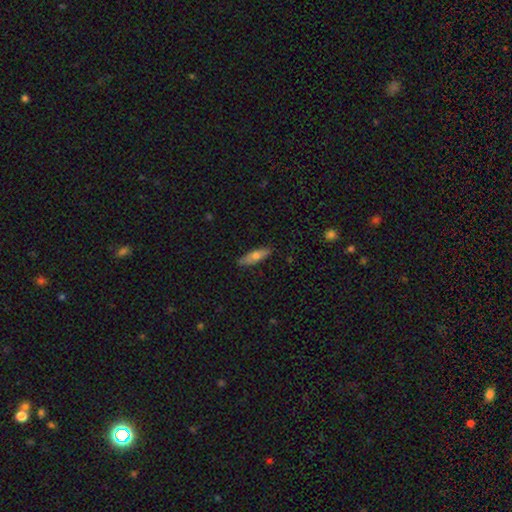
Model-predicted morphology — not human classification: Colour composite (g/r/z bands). It shows a smooth galaxy with no disk features (69%) that is in between round and cigar-shaped (49%, tied with cigar-shaped). Merging: none (85%).